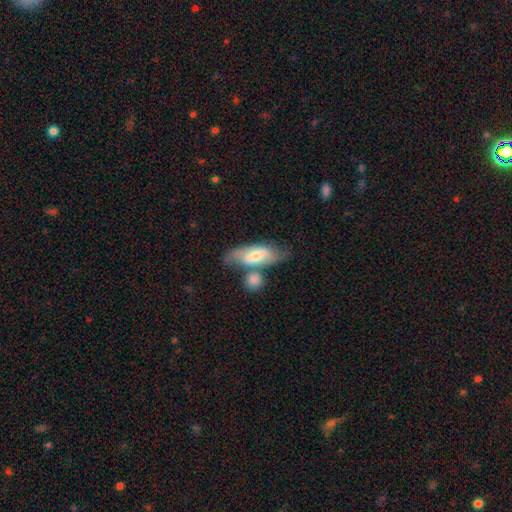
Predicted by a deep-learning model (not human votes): smooth_or_featured: featured or disk (p=0.48) [alt: smooth p=0.45]
merging: none (p=0.49) [alt: merger p=0.27]